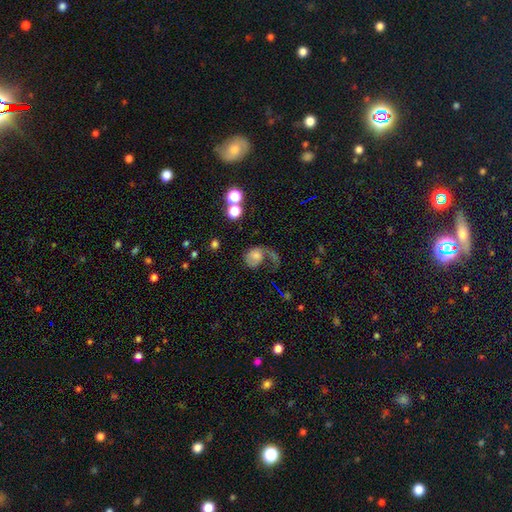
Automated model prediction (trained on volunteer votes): Smooth or featured: featured or disk — 46% (smooth — 43%)
Merging: major disturbance — 51% (none — 26%)